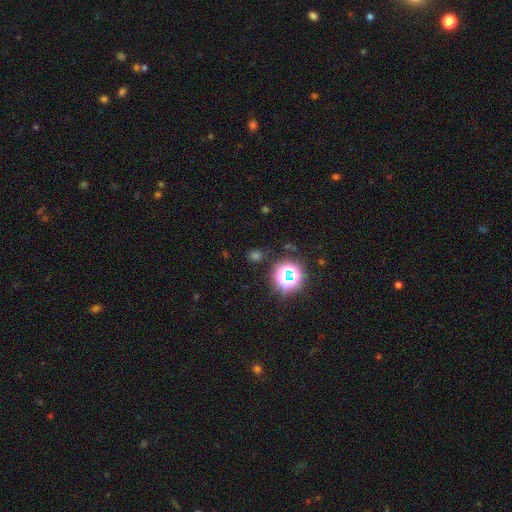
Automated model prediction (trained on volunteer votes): This is possibly a star or artifact rather than a galaxy (54%).